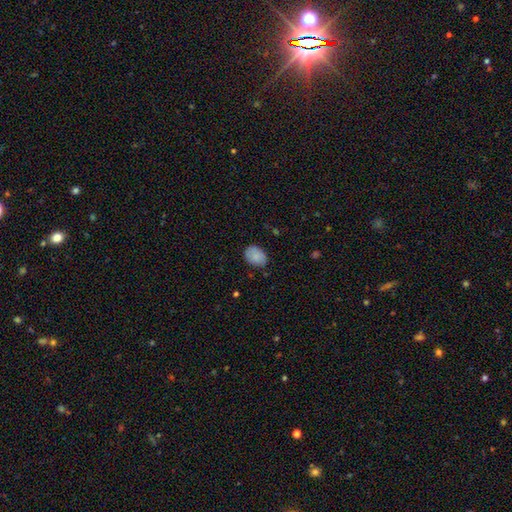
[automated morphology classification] The model was most divided on "how rounded": in between: 72%, round: 27%, cigar-shaped: 1%. More confident: smooth or featured — smooth (84%); merging — none (75%).